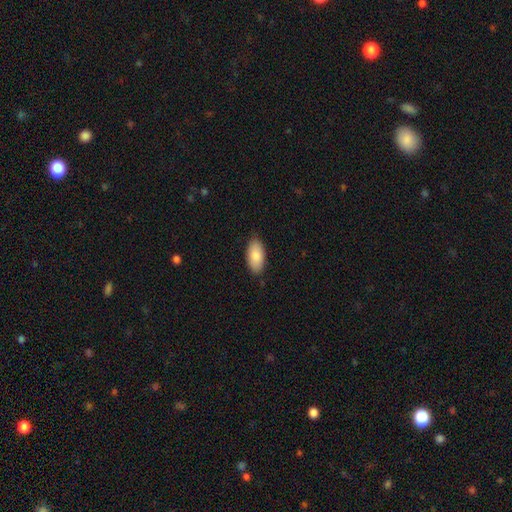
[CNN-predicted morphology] smooth_or_featured: smooth (p=0.85) [alt: featured or disk p=0.09]
how_rounded: in between (p=0.94) [alt: cigar-shaped p=0.04]
merging: none (p=0.85) [alt: minor disturbance p=0.12]